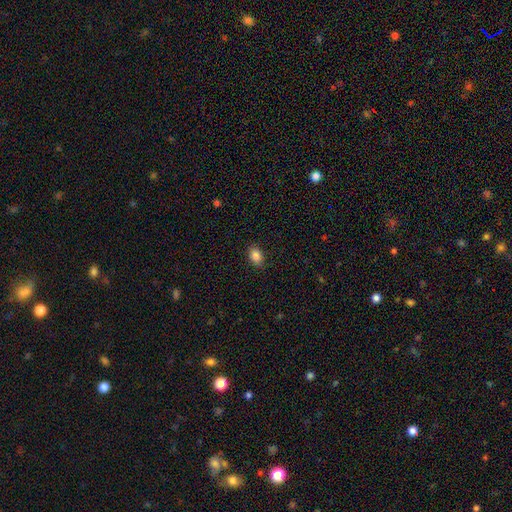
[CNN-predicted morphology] Smooth or featured? smooth (86%)
How rounded? in between (73%)
Merging? none (85%)